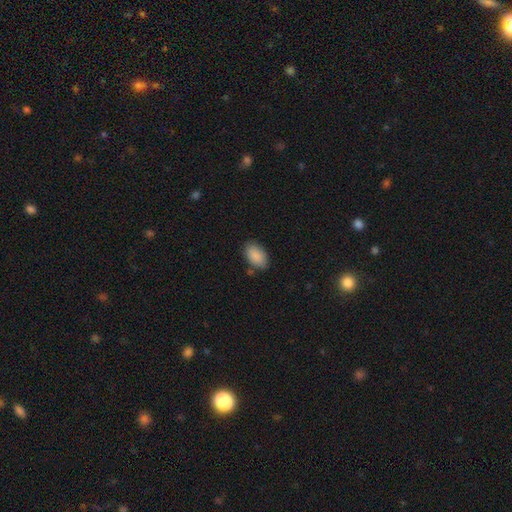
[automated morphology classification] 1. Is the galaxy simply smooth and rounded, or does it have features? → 89% smooth, 7% star or artifact, 4% featured or disk.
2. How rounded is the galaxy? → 93% in between, 6% round, 1% cigar-shaped.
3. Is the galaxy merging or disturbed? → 82% none, 13% minor disturbance, 3% major disturbance, 2% merger.